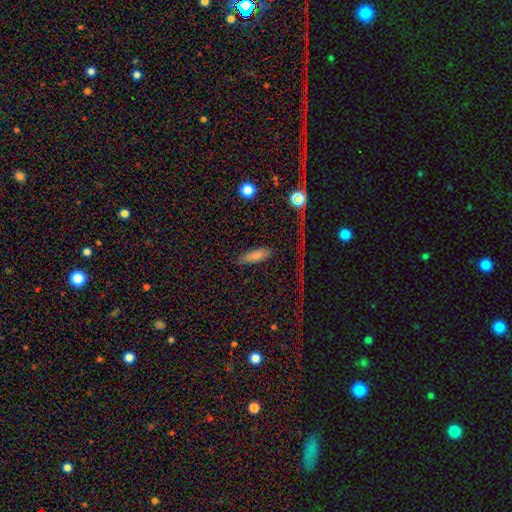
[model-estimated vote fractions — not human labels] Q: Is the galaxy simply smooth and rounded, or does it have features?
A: smooth — 77%.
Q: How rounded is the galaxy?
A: in between — 58%.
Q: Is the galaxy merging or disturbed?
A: none — 81%.